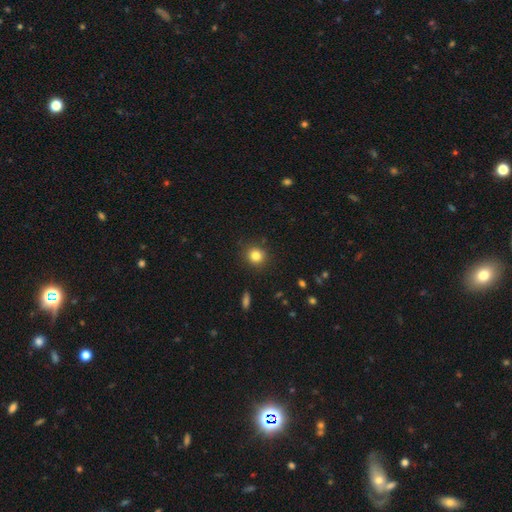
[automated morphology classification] Smooth or featured: smooth — 83% (star or artifact — 11%)
How rounded: round — 86% (in between — 13%)
Merging: none — 89% (minor disturbance — 8%)